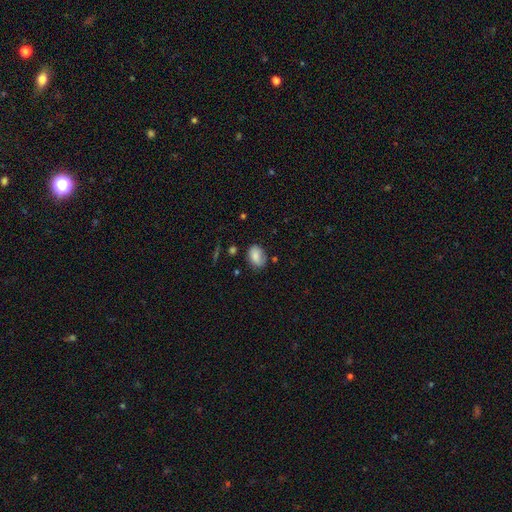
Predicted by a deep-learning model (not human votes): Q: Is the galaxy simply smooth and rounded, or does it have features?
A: smooth — 81%.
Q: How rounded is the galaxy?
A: in between — 80%.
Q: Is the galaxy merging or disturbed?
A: none — 67%.